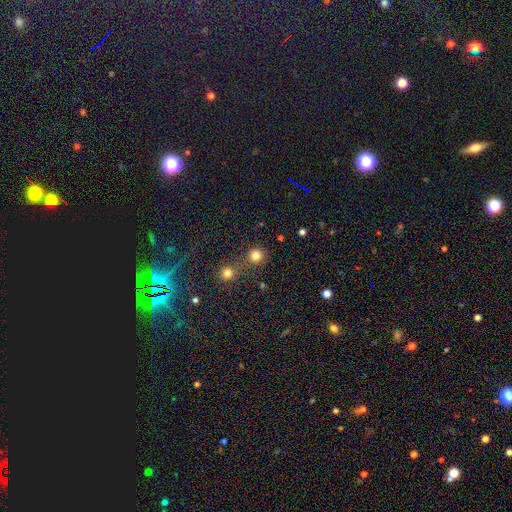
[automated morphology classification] smooth 79%, star or artifact 15%, featured or disk 5%. Down the decision tree: how rounded — round (93%); merging — none (74%).